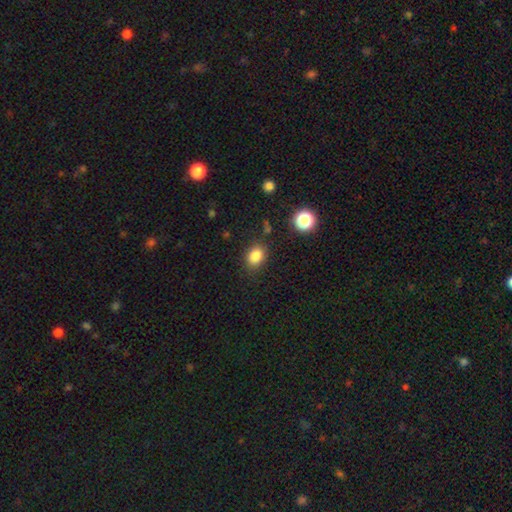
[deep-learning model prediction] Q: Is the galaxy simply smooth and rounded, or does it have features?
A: smooth — 83%.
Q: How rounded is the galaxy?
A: in between — 60%.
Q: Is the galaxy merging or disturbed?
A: none — 83%.